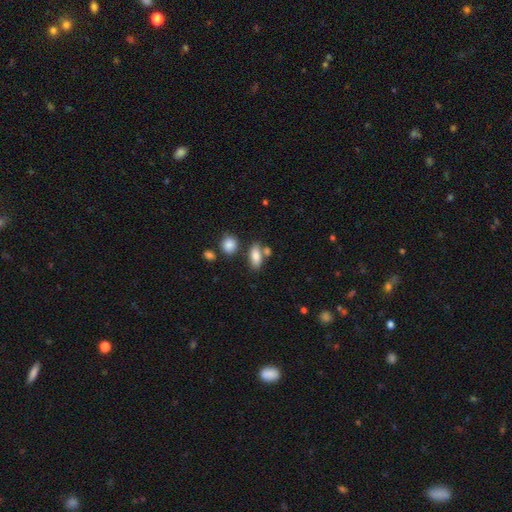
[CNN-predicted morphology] smooth_or_featured: smooth (p=0.83) [alt: featured or disk p=0.09]
how_rounded: in between (p=0.80) [alt: cigar-shaped p=0.15]
merging: none (p=0.63) [alt: merger p=0.18]